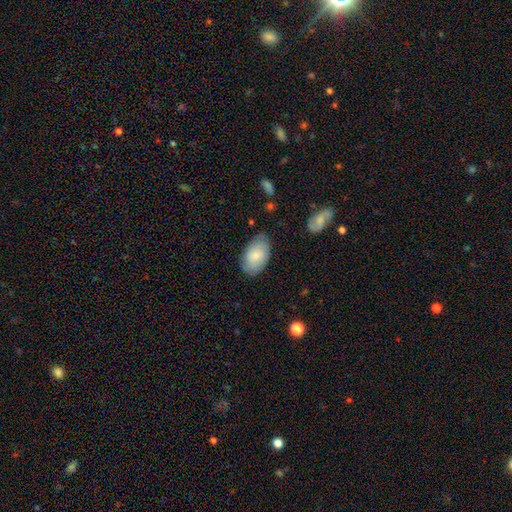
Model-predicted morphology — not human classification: smooth 77%, featured or disk 17%, star or artifact 6%. Down the decision tree: how rounded — in between (94%); merging — none (75%).